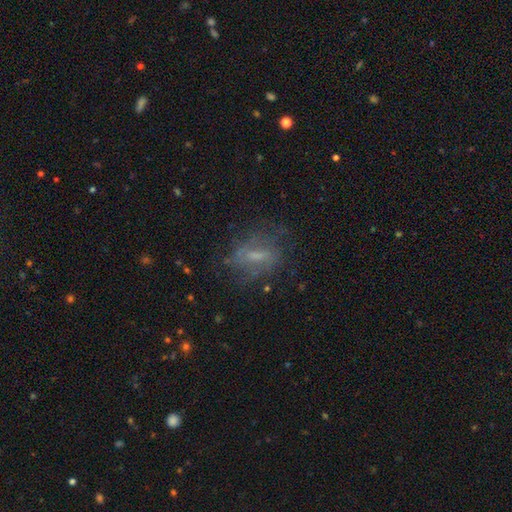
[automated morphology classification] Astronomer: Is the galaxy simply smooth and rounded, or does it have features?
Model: featured or disk — 54% (runner-up: smooth, 33%).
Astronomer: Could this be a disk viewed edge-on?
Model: no — 88%.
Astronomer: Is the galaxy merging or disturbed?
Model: none — 61%.